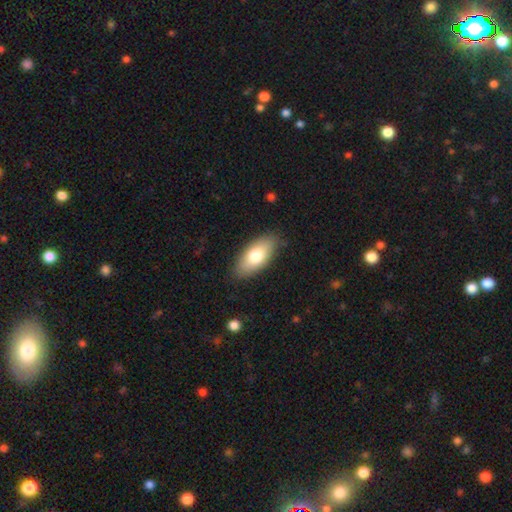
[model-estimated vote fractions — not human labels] Smooth or featured?
  - smooth: 76% *
  - featured or disk: 18%
  - star or artifact: 6%
How rounded?
  - in between: 89% *
  - cigar-shaped: 8%
  - round: 3%
Merging?
  - none: 84% *
  - minor disturbance: 12%
  - major disturbance: 3%
  - merger: 1%